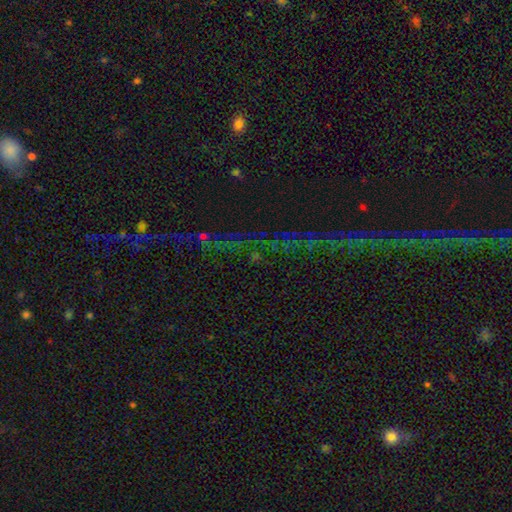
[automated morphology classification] smooth-or-featured: star or artifact: 72% | featured or disk: 14% | smooth: 14%